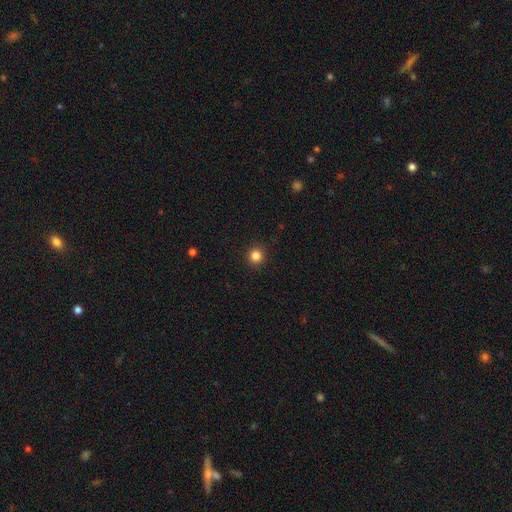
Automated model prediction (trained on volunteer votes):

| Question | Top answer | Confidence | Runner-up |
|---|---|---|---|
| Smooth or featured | smooth | 84% | star or artifact (12%) |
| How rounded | round | 94% | in between (5%) |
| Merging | none | 93% | minor disturbance (5%) |